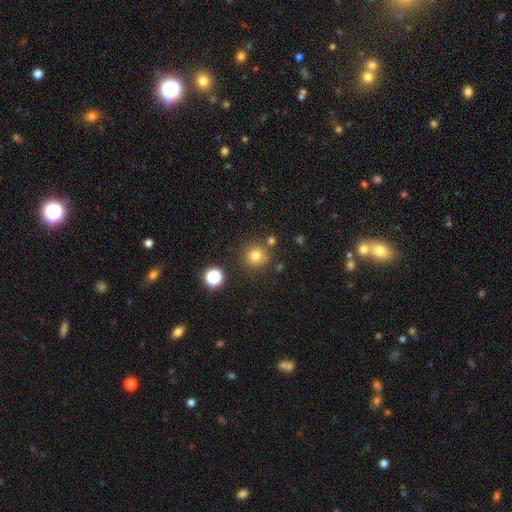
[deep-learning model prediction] This is likely a smooth galaxy (76%). How rounded: clearly round (92%). Merging: likely none (80%).